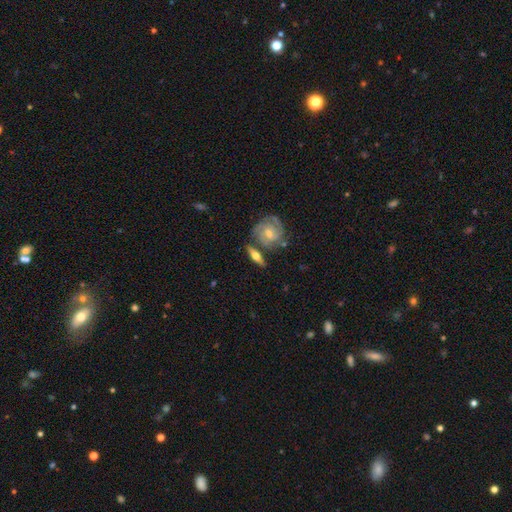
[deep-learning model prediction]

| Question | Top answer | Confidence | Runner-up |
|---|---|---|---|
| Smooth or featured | featured or disk | 65% | smooth (29%) |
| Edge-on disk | yes | 61% | no (39%) |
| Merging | none | 68% | merger (15%) |